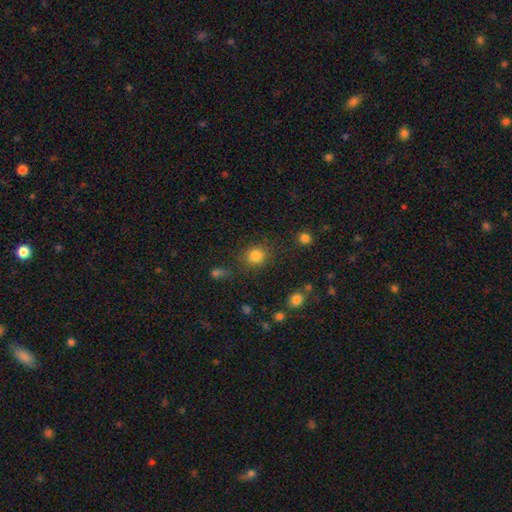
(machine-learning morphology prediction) smooth_or_featured: smooth (p=0.83) [alt: star or artifact p=0.12]
how_rounded: round (p=0.85) [alt: in between p=0.14]
merging: none (p=0.83) [alt: minor disturbance p=0.09]